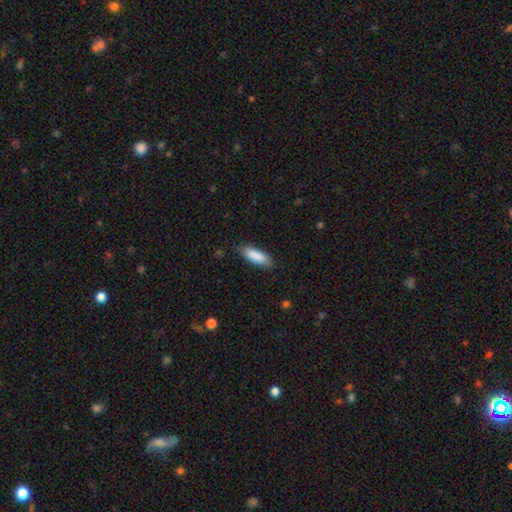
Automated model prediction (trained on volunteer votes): A smooth galaxy with no disk features (88%) that is in between round and cigar-shaped (63%). Merging: none (83%).